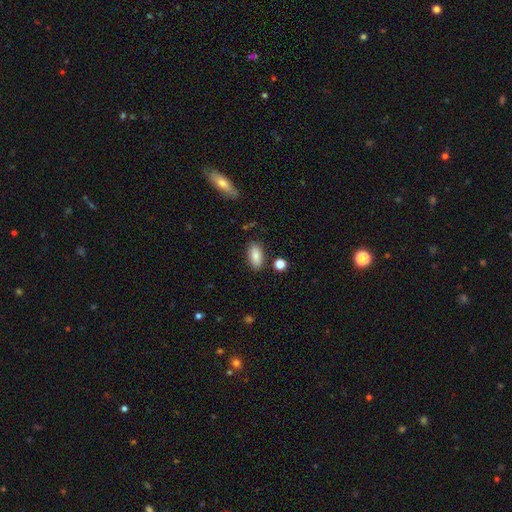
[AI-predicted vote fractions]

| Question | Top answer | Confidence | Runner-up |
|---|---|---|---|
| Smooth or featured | smooth | 83% | featured or disk (10%) |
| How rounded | in between | 89% | cigar-shaped (7%) |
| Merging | none | 83% | minor disturbance (11%) |